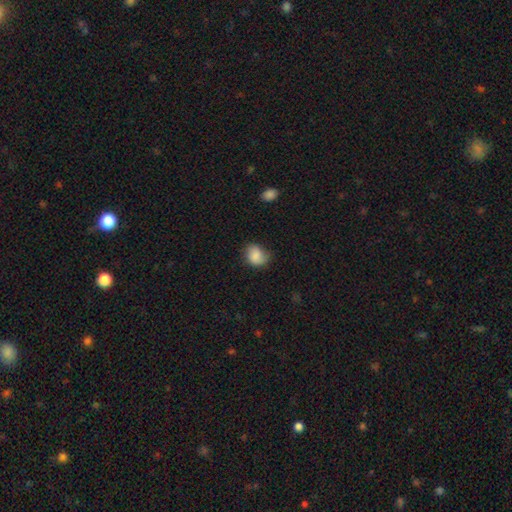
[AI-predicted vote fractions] smooth-or-featured: smooth: 79% | featured or disk: 13% | star or artifact: 8%
  how-rounded: in between: 50% | round: 49% | cigar-shaped: 1%
  merging: none: 53% | minor disturbance: 34% | major disturbance: 11% | merger: 2%